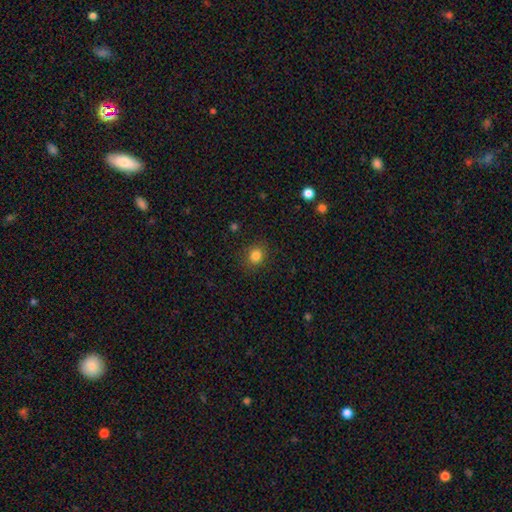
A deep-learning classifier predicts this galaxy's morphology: smooth_or_featured: smooth (p=0.83) [alt: star or artifact p=0.12]
how_rounded: round (p=0.77) [alt: in between p=0.22]
merging: none (p=0.88) [alt: minor disturbance p=0.08]